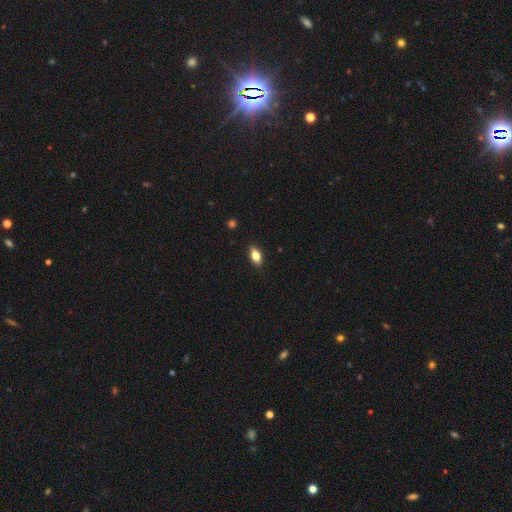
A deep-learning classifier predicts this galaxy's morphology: Smooth or featured? Predicted: smooth (p=0.83). How rounded? Predicted: in between (p=0.88). Merging? Predicted: none (p=0.88).